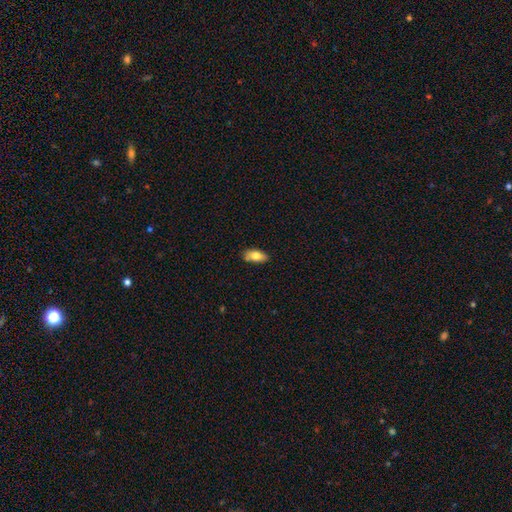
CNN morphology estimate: A smooth galaxy with no disk features (78%) that is in between round and cigar-shaped (89%).

Vote fractions:
- Smooth or featured? smooth: 78% / featured or disk: 15% / star or artifact: 7%
- How rounded? in between: 89% / cigar-shaped: 8% / round: 3%
- Merging? none: 78% / minor disturbance: 16% / merger: 3% / major disturbance: 3%